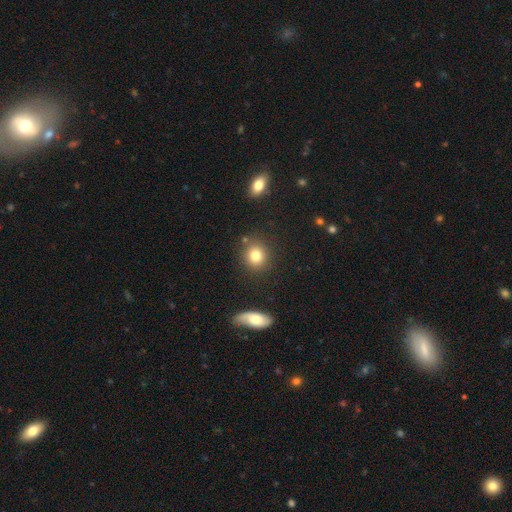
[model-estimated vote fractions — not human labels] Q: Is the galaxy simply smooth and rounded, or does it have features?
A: smooth — 82%.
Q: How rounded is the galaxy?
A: round — 80%.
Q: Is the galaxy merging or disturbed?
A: none — 83%.